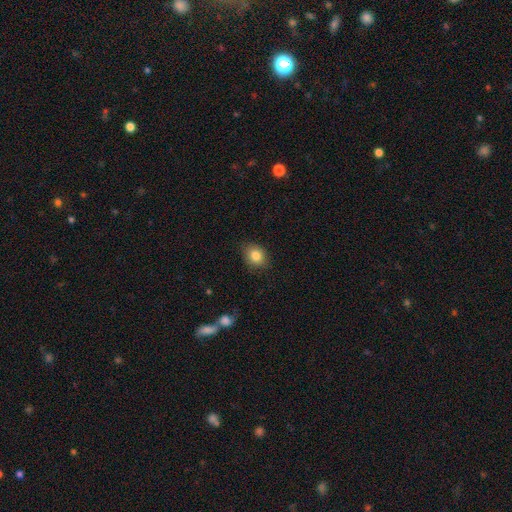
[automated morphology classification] This is clearly a smooth galaxy (83%). How rounded: possibly round (52%). Merging: clearly none (84%).